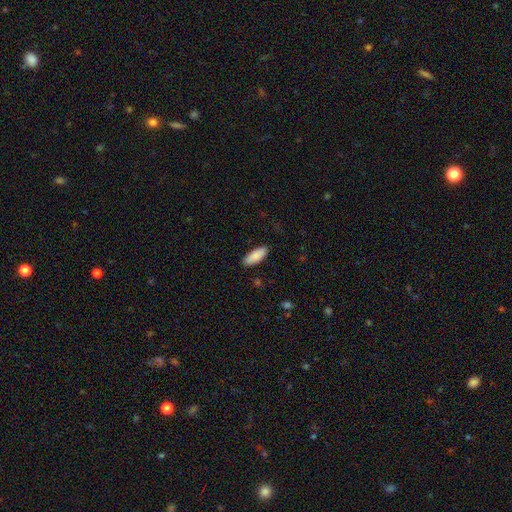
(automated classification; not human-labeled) This is clearly a smooth galaxy (88%). How rounded: likely in between (73%). Merging: clearly none (87%).